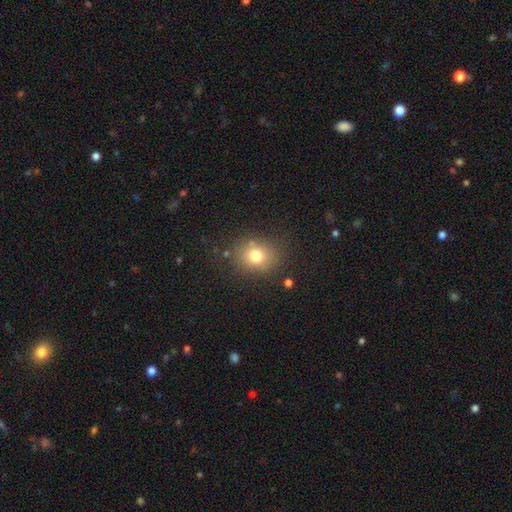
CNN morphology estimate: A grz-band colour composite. It shows a smooth galaxy with no disk features (76%) that is round (63%). Merging: none (79%).